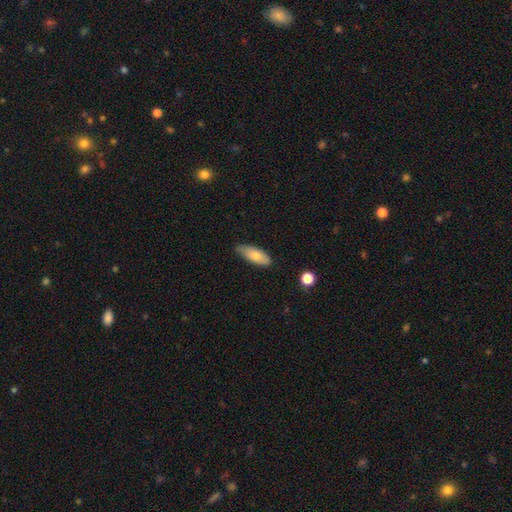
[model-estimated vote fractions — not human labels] smooth 75%, featured or disk 19%, star or artifact 6%. Down the decision tree: how rounded — in between (76%); merging — none (72%).